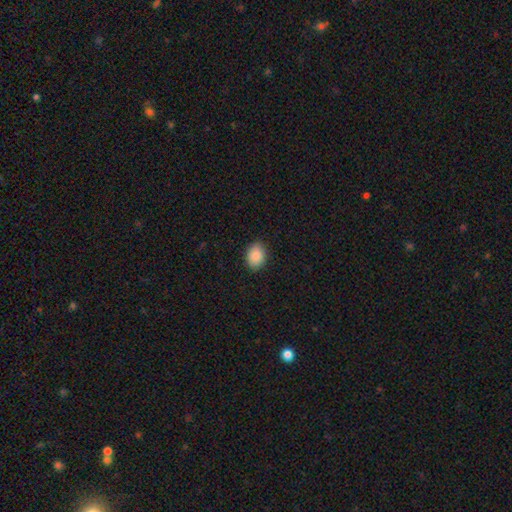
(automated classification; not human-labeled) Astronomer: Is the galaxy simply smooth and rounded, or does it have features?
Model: smooth — 89%.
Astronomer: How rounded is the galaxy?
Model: in between — 65%.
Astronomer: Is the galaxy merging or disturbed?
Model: none — 89%.